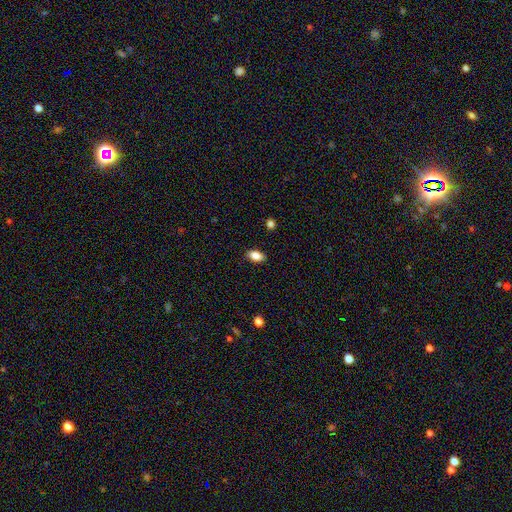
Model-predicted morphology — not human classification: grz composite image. It shows a smooth galaxy with no disk features (86%) that is in between round and cigar-shaped (89%). Merging: none (88%).